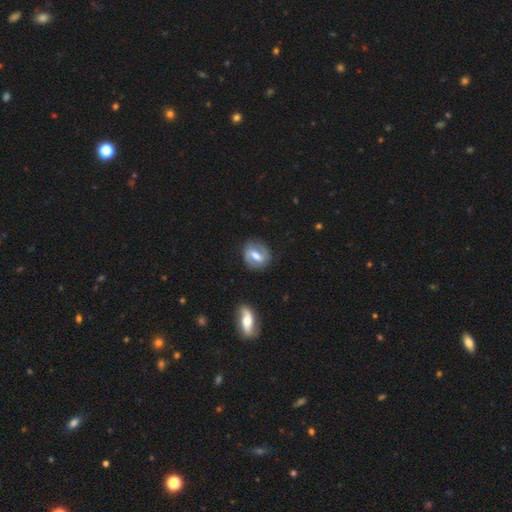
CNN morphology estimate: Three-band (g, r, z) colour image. It shows a featured or disk galaxy (64%) with a strong bar (47%), spiral arms (74%) and a moderate central bulge (61%). Merging: none (80%).